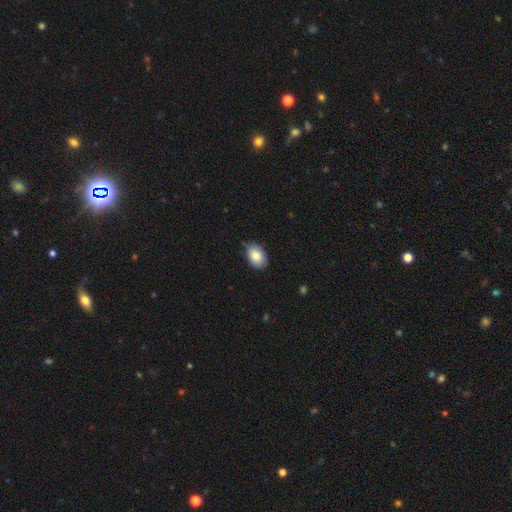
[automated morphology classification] The model was most divided on "merging": none: 80%, minor disturbance: 16%, major disturbance: 2%, merger: 1%. More confident: how rounded — in between (88%); smooth or featured — smooth (84%).